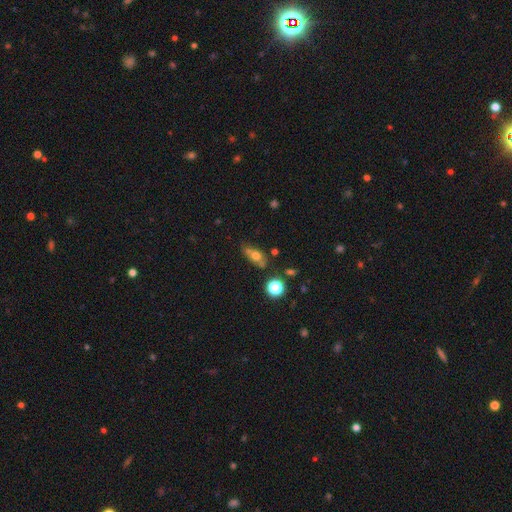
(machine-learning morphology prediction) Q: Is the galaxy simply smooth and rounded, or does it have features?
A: smooth — 58%.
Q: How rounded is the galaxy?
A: in between — 65%.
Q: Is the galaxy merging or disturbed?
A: none — 58%.